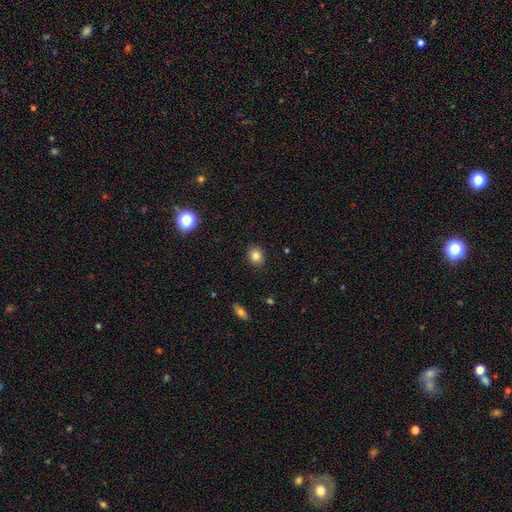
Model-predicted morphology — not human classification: type=smooth (84%); roundness=round (62%); merging=none (89%).